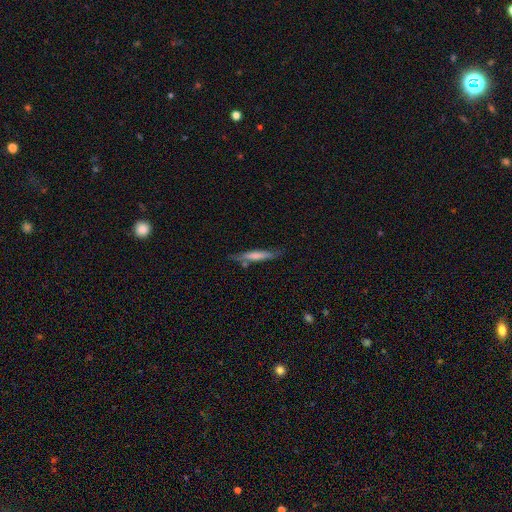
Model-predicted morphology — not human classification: type=smooth (62%); roundness=cigar-shaped (92%); merging=none (72%).